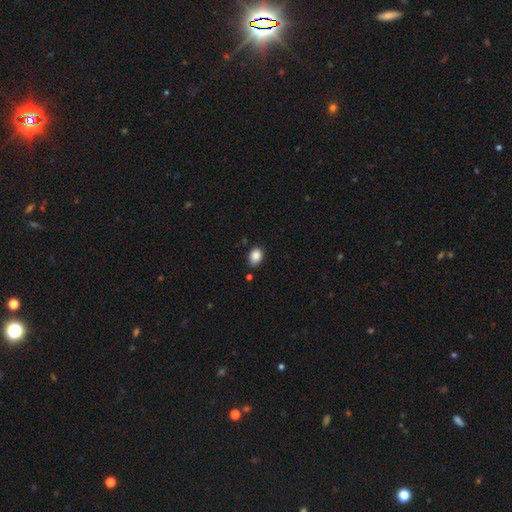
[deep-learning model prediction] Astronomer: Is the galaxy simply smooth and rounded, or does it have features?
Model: smooth — 87%.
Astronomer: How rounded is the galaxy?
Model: in between — 70%.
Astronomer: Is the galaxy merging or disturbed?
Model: none — 78%.